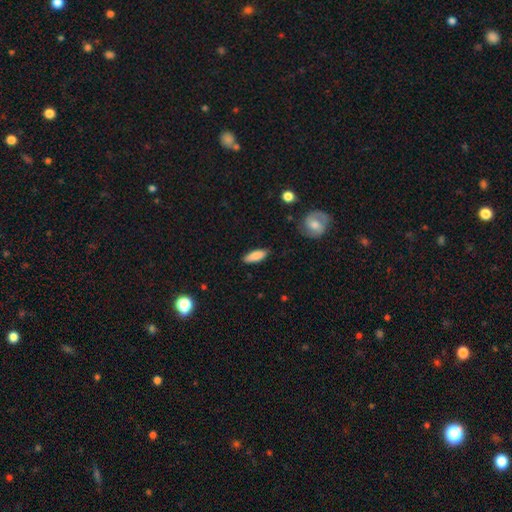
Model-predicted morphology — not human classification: This is clearly a smooth galaxy (84%). How rounded: likely in between (62%). Merging: clearly none (85%).